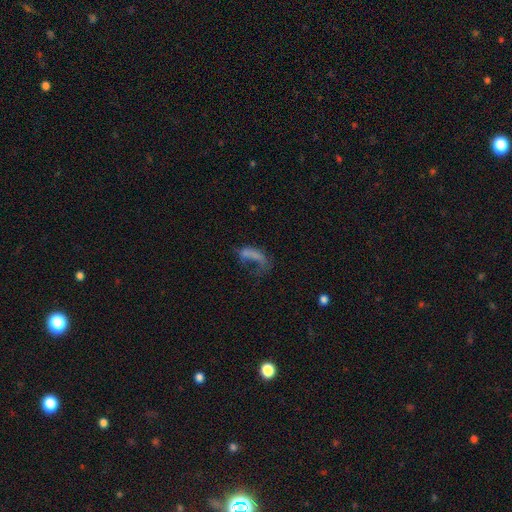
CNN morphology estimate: Smooth or featured: smooth — 47% (featured or disk — 35%)
Merging: major disturbance — 49% (none — 24%)